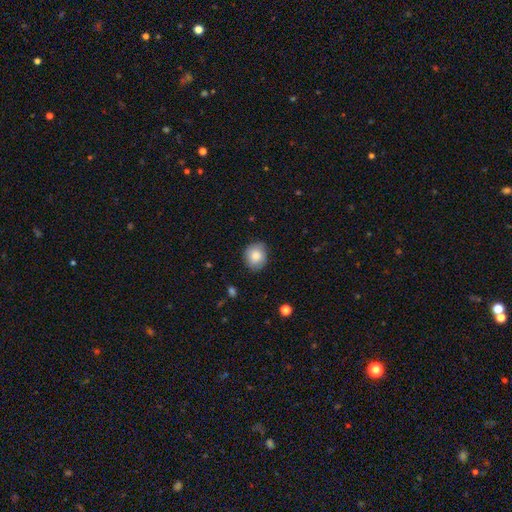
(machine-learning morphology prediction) Smooth or featured: smooth — 83% (featured or disk — 9%)
How rounded: round — 68% (in between — 31%)
Merging: none — 83% (minor disturbance — 13%)